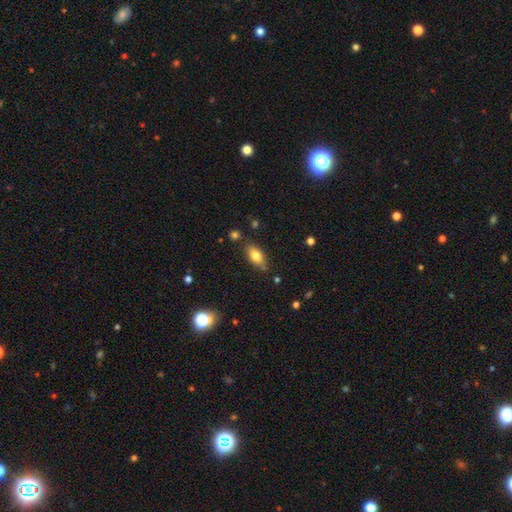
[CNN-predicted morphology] The model was most divided on "merging": none: 75%, minor disturbance: 16%, merger: 5%, major disturbance: 3%. More confident: how rounded — in between (87%); smooth or featured — smooth (79%).